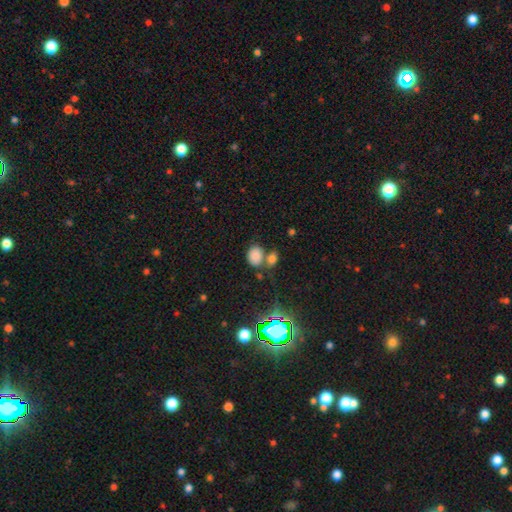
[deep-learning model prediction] Smooth or featured?
  - smooth: 77% *
  - star or artifact: 16%
  - featured or disk: 6%
How rounded?
  - in between: 72% *
  - round: 27%
  - cigar-shaped: 1%
Merging?
  - none: 54% *
  - merger: 28%
  - minor disturbance: 12%
  - major disturbance: 5%